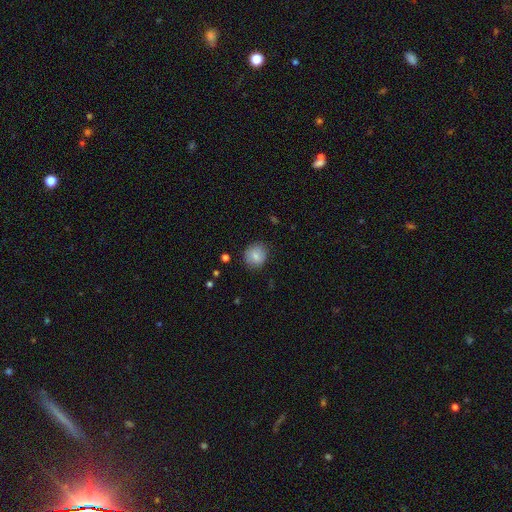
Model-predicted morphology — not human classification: type=smooth (80%); roundness=round (85%); merging=none (81%).